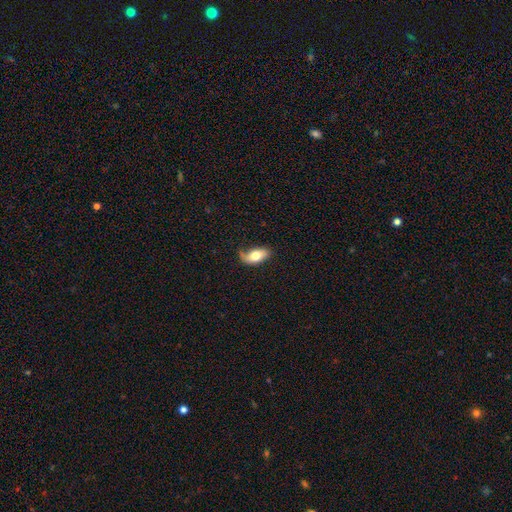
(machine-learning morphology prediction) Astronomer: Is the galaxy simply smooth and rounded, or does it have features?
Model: smooth — 67%.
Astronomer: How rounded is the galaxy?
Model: in between — 90%.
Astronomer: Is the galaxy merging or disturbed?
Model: none — 53% (runner-up: minor disturbance, 31%).